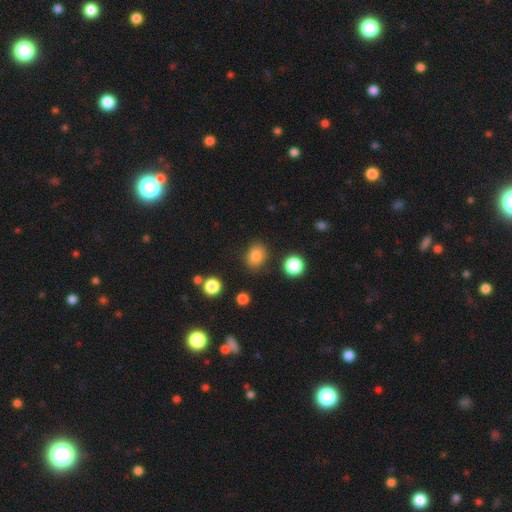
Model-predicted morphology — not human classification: Smooth or featured? smooth (83%)
How rounded? in between (53%)
Merging? none (83%)